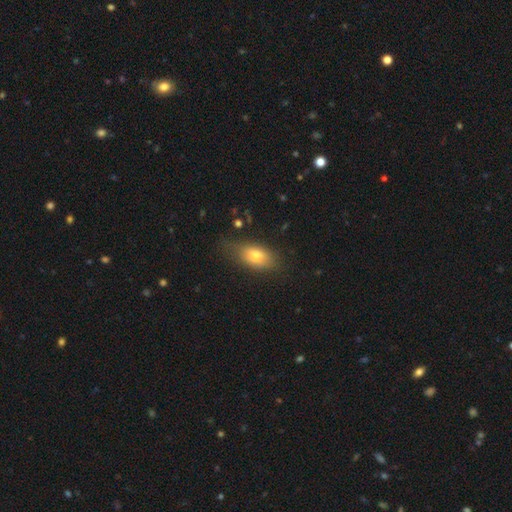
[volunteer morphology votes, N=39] Smooth or featured: smooth — 82% (featured or disk — 18%)
How rounded: in between — 88% (round — 6%)
Merging: none — 62% (minor disturbance — 28%)